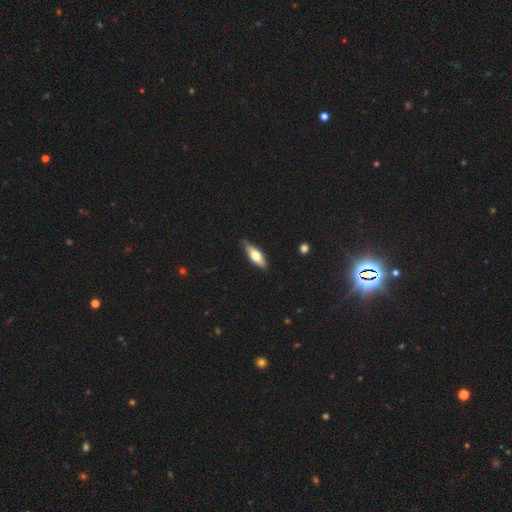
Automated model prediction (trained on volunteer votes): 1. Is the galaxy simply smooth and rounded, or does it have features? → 57% smooth, 38% featured or disk, 5% star or artifact.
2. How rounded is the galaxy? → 58% in between, 40% cigar-shaped, 2% round.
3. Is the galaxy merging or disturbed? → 81% none, 15% minor disturbance, 2% major disturbance, 1% merger.